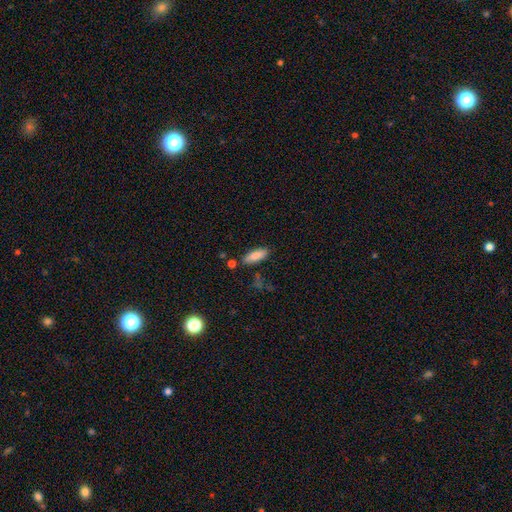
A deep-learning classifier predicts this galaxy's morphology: smooth_or_featured: smooth (p=0.84) [alt: featured or disk p=0.10]
how_rounded: in between (p=0.60) [alt: cigar-shaped p=0.38]
merging: none (p=0.78) [alt: minor disturbance p=0.13]